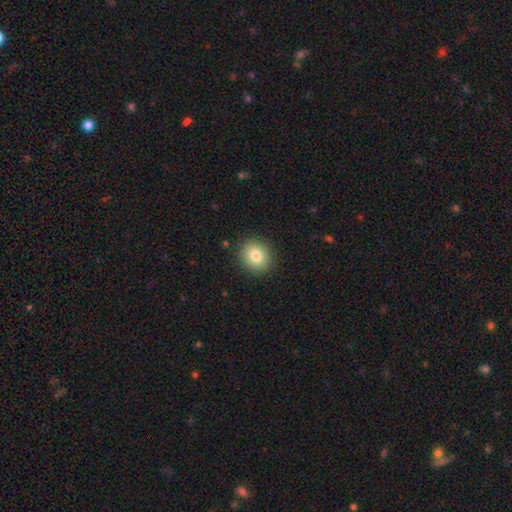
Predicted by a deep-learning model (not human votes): The model was most divided on "how rounded": round: 78%, in between: 21%, cigar-shaped: 1%. More confident: merging — none (89%); smooth or featured — smooth (82%).